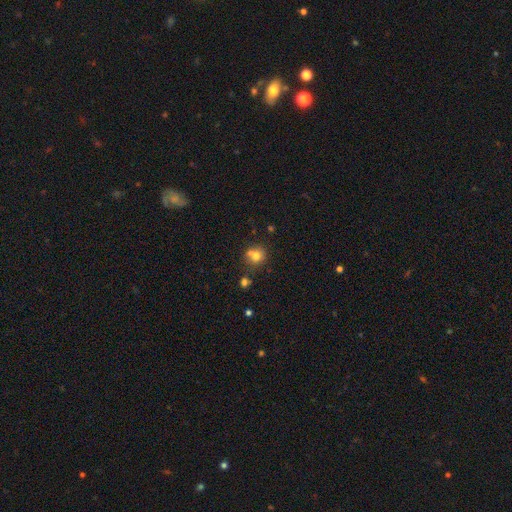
A smooth galaxy with no disk features (85%) that is round (80%). Merging: none (49%).